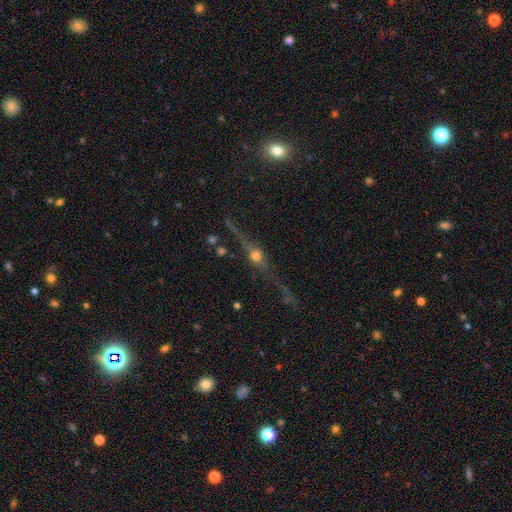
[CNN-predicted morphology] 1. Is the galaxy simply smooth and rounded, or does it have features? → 72% featured or disk, 14% star or artifact, 14% smooth.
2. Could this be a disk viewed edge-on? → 88% yes, 12% no.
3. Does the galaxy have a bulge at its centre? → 95% rounded, 3% boxy, 2% none.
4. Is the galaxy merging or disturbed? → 73% none, 13% minor disturbance, 9% major disturbance, 5% merger.